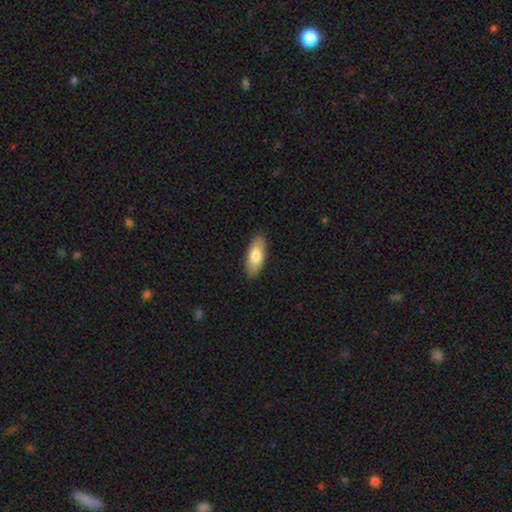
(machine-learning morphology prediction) Q: Smooth or featured?
A: smooth (77%); runner-up: featured or disk (18%)
Q: How rounded?
A: in between (81%); runner-up: cigar-shaped (17%)
Q: Merging?
A: none (87%); runner-up: minor disturbance (10%)